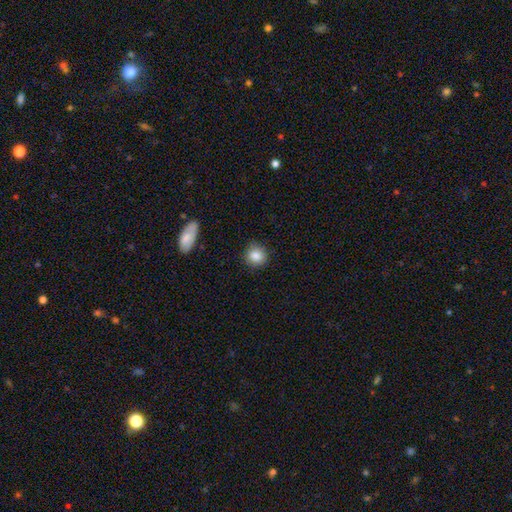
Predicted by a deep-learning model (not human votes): smooth_or_featured: smooth (p=0.86) [alt: star or artifact p=0.09]
how_rounded: round (p=0.87) [alt: in between p=0.12]
merging: none (p=0.86) [alt: minor disturbance p=0.10]